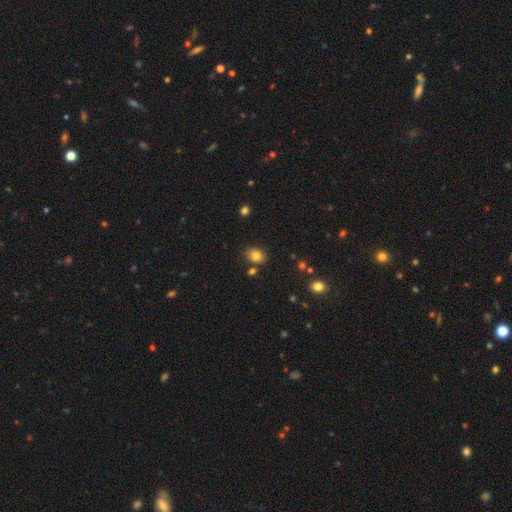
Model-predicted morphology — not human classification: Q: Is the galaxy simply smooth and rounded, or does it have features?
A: smooth — 81%.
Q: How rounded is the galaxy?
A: in between — 53%.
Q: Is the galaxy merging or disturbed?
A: none — 79%.